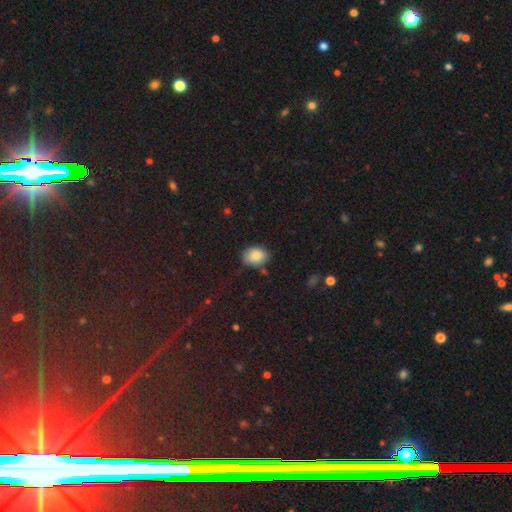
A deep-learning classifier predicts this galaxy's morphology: Smooth or featured? smooth (83%)
How rounded? in between (75%)
Merging? none (75%)